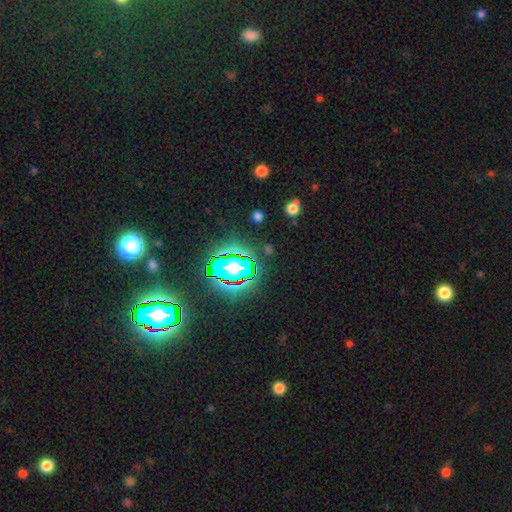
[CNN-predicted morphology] This is likely a star or artifact rather than a galaxy (80%).